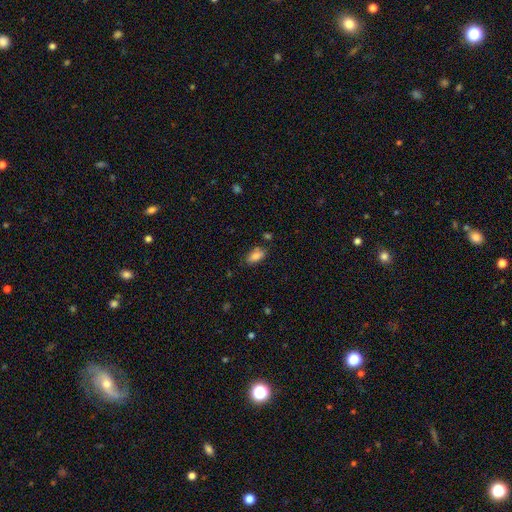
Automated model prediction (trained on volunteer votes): A smooth galaxy with no disk features (83%) that is in between round and cigar-shaped (91%).

Vote fractions:
- Smooth or featured? smooth: 83% / star or artifact: 8% / featured or disk: 8%
- How rounded? in between: 91% / cigar-shaped: 6% / round: 4%
- Merging? none: 76% / minor disturbance: 16% / merger: 5% / major disturbance: 3%